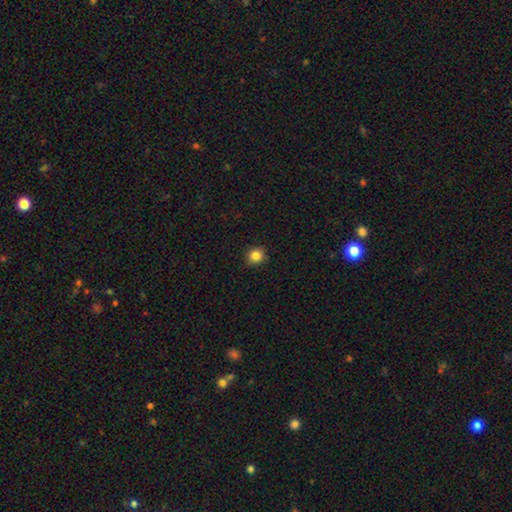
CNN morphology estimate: type=smooth (84%); roundness=round (91%); merging=none (89%).